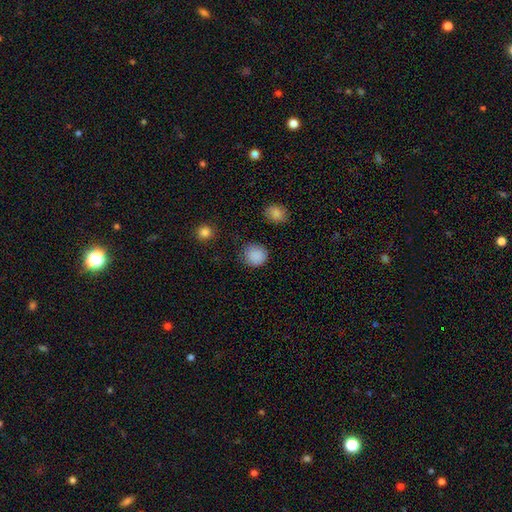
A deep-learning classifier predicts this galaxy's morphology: Overall: smooth (87%). How rounded: round (87%). Merging: none (80%).